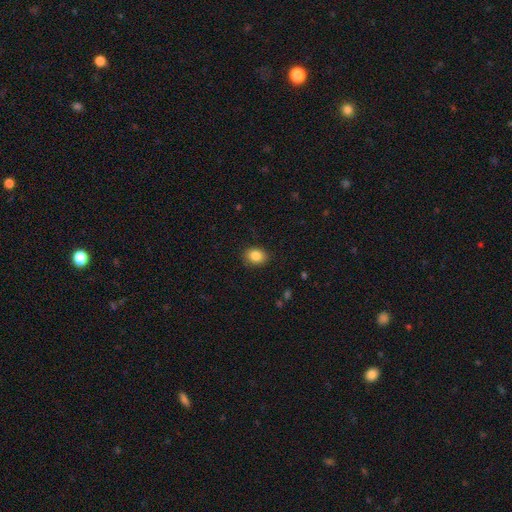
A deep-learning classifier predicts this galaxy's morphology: type=smooth (85%); roundness=in between (59%); merging=none (87%).